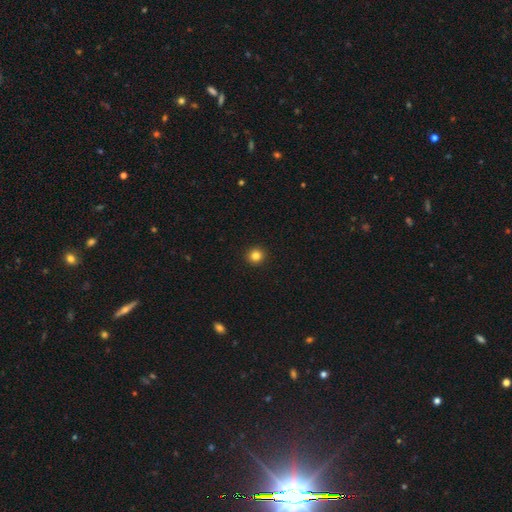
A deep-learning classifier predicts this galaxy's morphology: A smooth galaxy with no disk features (84%) that is round (92%). Merging: none (93%).